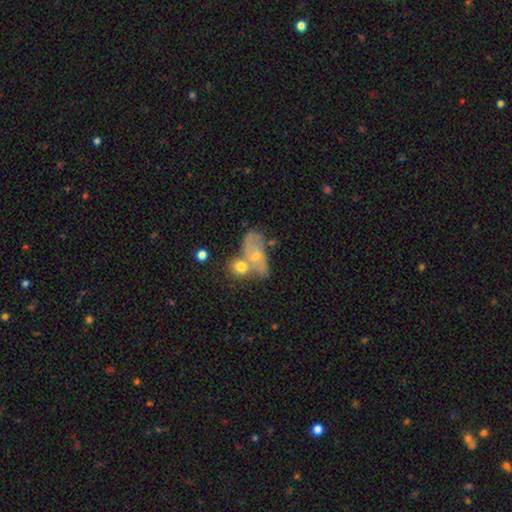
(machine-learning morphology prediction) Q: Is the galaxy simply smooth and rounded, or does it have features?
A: featured or disk — 49%.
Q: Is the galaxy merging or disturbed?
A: merger — 43%.